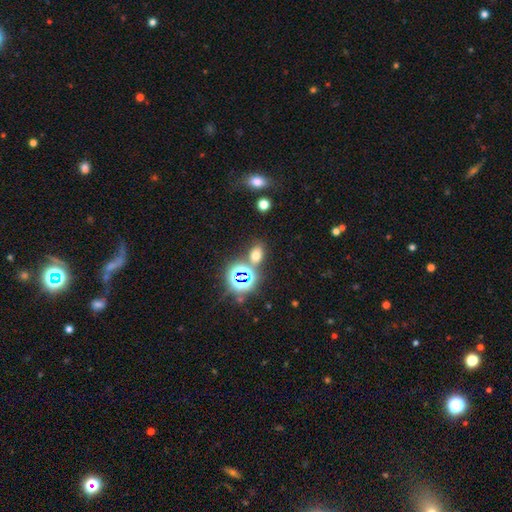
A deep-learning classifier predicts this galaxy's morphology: smooth 59%, star or artifact 33%, featured or disk 9%. Down the decision tree: how rounded — in between (71%); merging — none (73%).